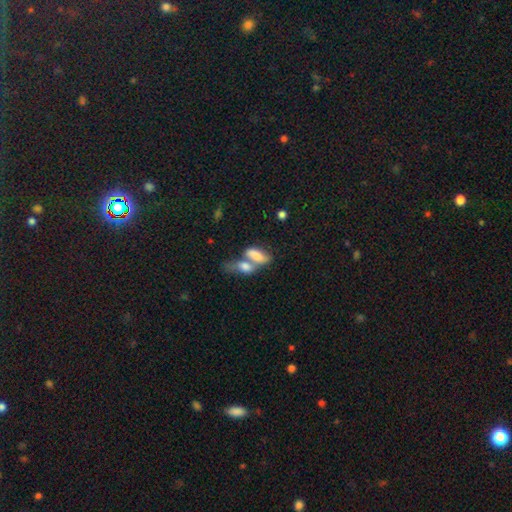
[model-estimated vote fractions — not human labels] Smooth or featured?
  - smooth: 71% *
  - featured or disk: 21%
  - star or artifact: 8%
How rounded?
  - in between: 80% *
  - cigar-shaped: 16%
  - round: 4%
Merging?
  - merger: 69% *
  - none: 17%
  - minor disturbance: 8%
  - major disturbance: 7%